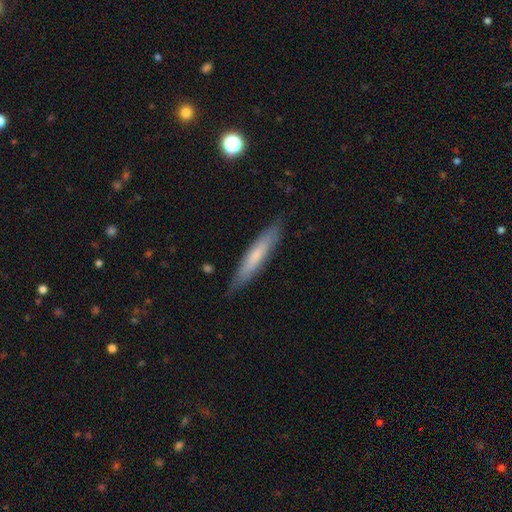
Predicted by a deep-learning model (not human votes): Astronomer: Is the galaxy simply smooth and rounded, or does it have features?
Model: smooth — 62%.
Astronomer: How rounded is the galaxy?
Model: cigar-shaped — 90%.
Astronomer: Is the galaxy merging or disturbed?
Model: none — 85%.